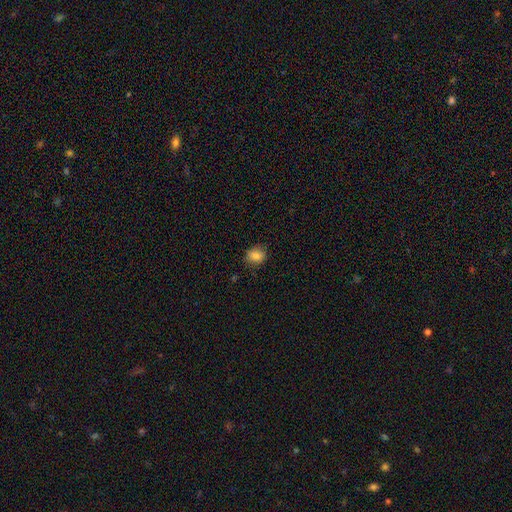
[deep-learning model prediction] smooth_or_featured: smooth (p=0.81) [alt: star or artifact p=0.10]
how_rounded: round (p=0.60) [alt: in between p=0.39]
merging: none (p=0.83) [alt: minor disturbance p=0.13]